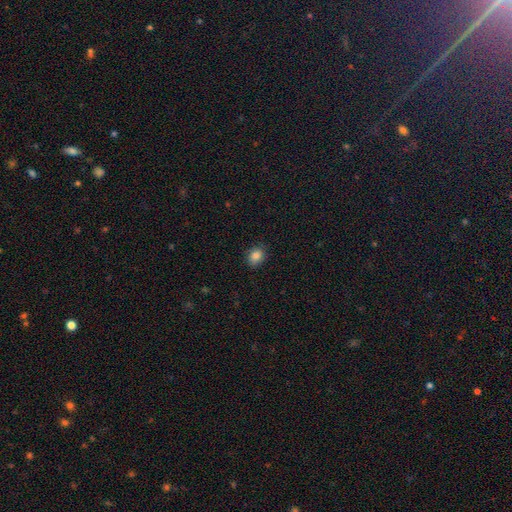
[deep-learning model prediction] This appears to be a smooth galaxy with no disk features (86%) that is round (54%). Merging: none (85%).